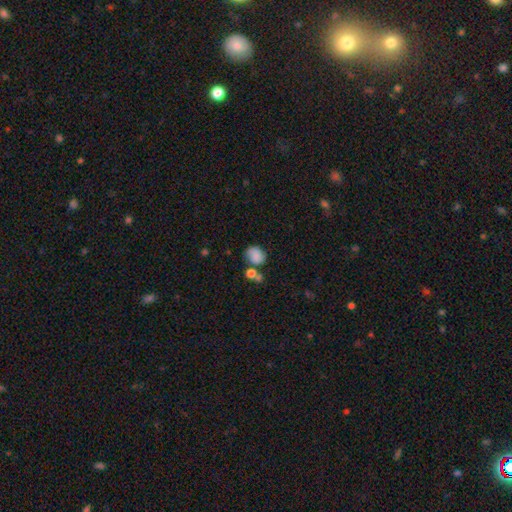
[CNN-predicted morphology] The model was most divided on "how rounded": round: 63%, in between: 36%, cigar-shaped: 1%. More confident: smooth or featured — smooth (79%); merging — none (53%).